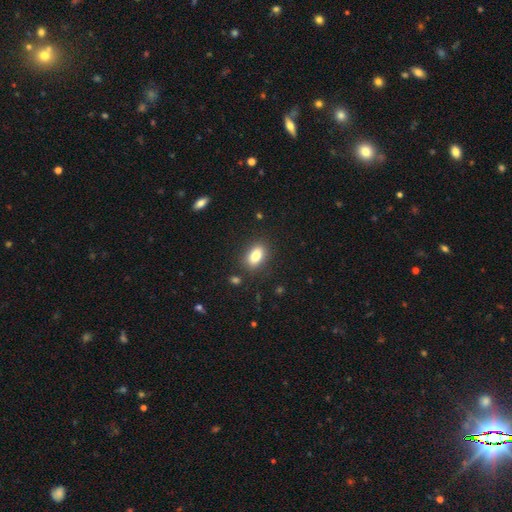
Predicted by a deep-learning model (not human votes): smooth 82%, featured or disk 9%, star or artifact 9%. Down the decision tree: how rounded — in between (85%); merging — none (86%).